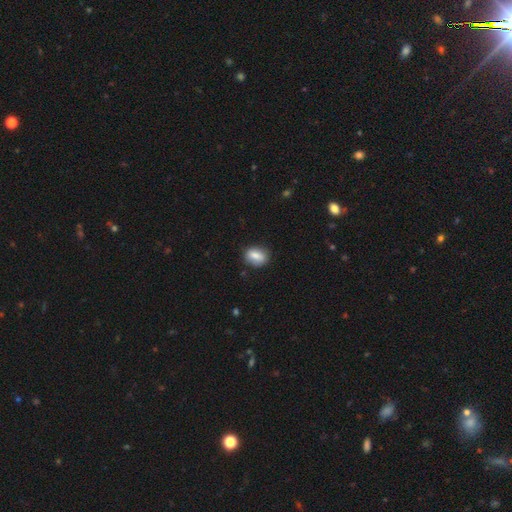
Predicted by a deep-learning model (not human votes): This is likely a smooth galaxy (80%). How rounded: likely in between (71%). Merging: clearly none (81%).